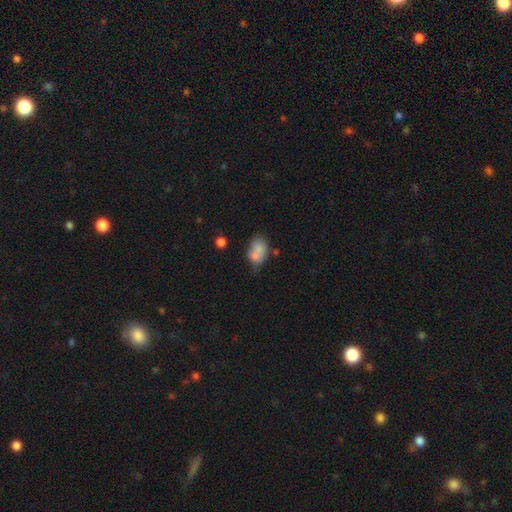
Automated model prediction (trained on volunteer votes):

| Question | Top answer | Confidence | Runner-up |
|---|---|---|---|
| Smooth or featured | smooth | 73% | featured or disk (18%) |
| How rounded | in between | 78% | round (21%) |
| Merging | none | 37% | merger (33%) |